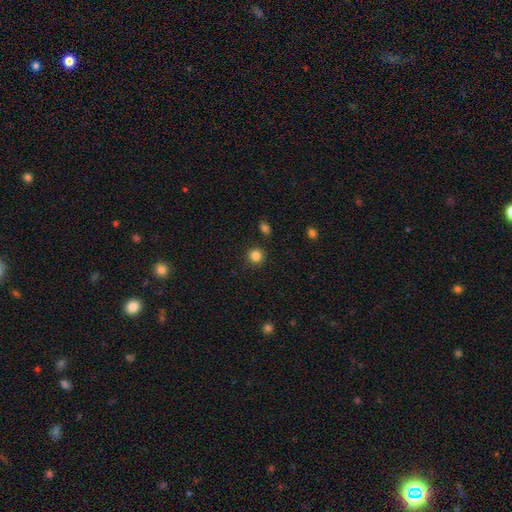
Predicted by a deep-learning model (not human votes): Smooth or featured?
  - smooth: 84% *
  - star or artifact: 12%
  - featured or disk: 4%
How rounded?
  - round: 93% *
  - in between: 6%
  - cigar-shaped: 1%
Merging?
  - none: 88% *
  - minor disturbance: 7%
  - merger: 3%
  - major disturbance: 2%